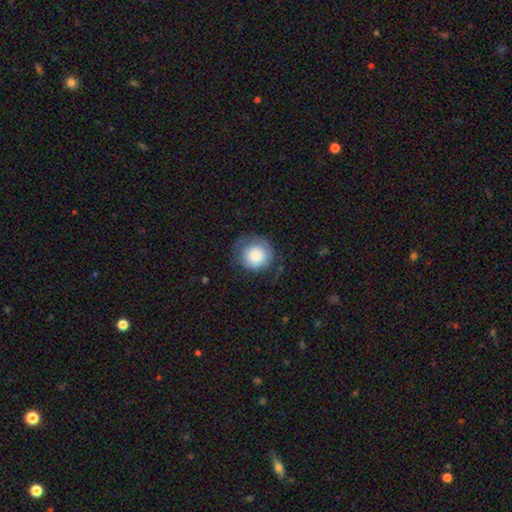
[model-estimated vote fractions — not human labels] smooth_or_featured: smooth (p=0.76) [alt: featured or disk p=0.17]
how_rounded: round (p=0.92) [alt: in between p=0.07]
merging: none (p=0.64) [alt: minor disturbance p=0.22]